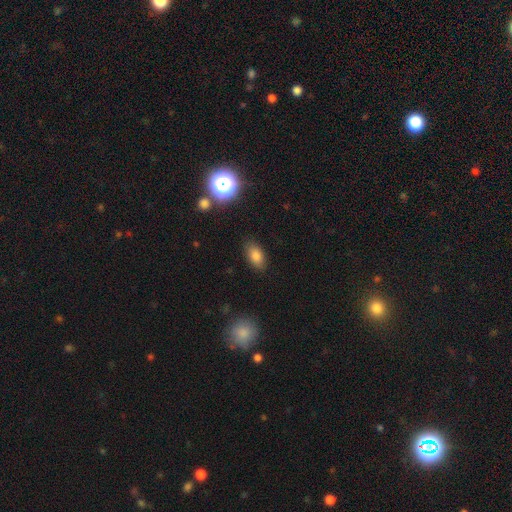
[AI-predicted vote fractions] Smooth or featured? smooth (81%)
How rounded? in between (91%)
Merging? none (84%)